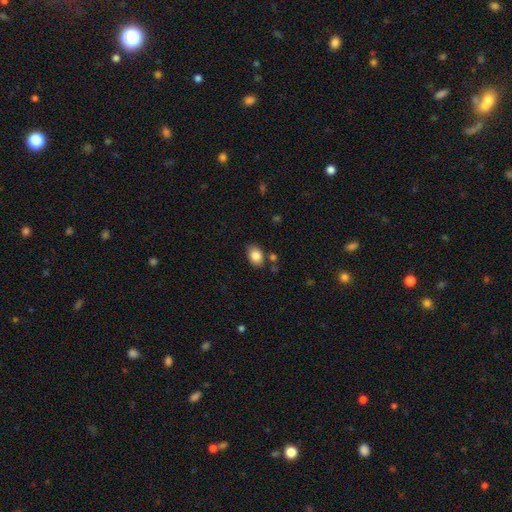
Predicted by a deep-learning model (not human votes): Q: Smooth or featured?
A: smooth (84%); runner-up: star or artifact (8%)
Q: How rounded?
A: in between (77%); runner-up: round (22%)
Q: Merging?
A: none (77%); runner-up: minor disturbance (14%)